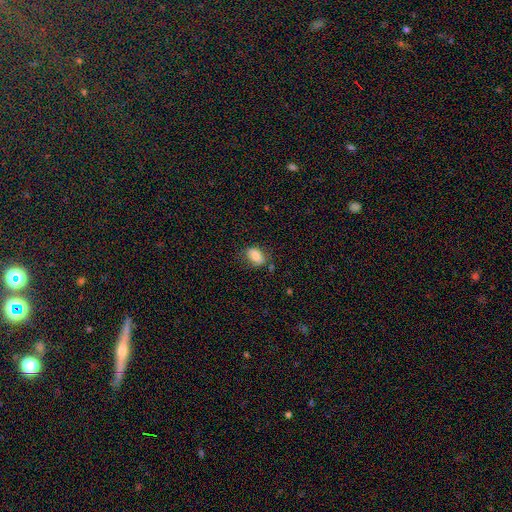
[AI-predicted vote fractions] This is clearly a smooth galaxy (81%). How rounded: clearly in between (85%). Merging: likely none (69%).